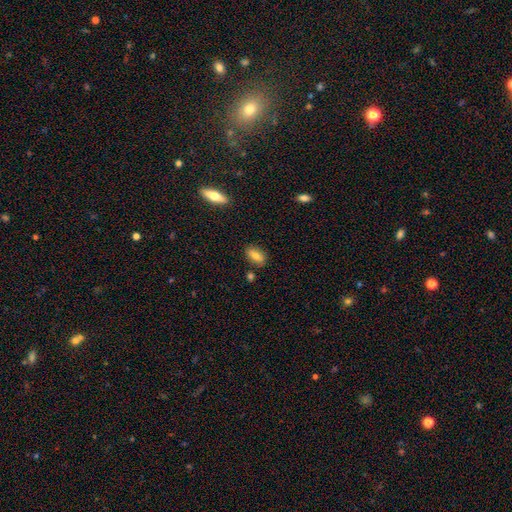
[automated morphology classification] A smooth galaxy with no disk features (80%) that is in between round and cigar-shaped (88%).

Vote fractions:
- Smooth or featured? smooth: 80% / featured or disk: 12% / star or artifact: 8%
- How rounded? in between: 88% / round: 6% / cigar-shaped: 6%
- Merging? none: 82% / minor disturbance: 11% / merger: 4% / major disturbance: 2%